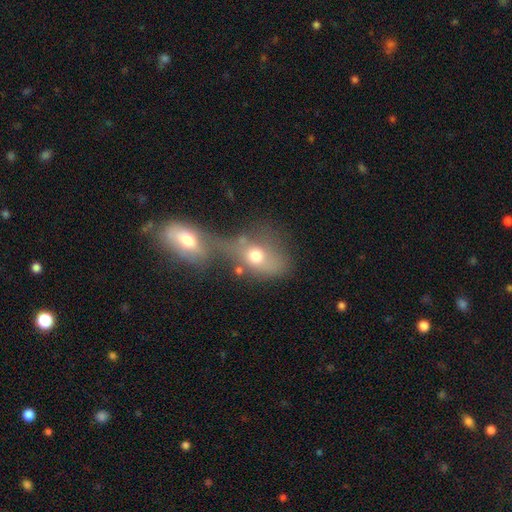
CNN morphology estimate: Q: Smooth or featured?
A: smooth (64%); runner-up: featured or disk (24%)
Q: How rounded?
A: in between (59%); runner-up: round (38%)
Q: Merging?
A: merger (63%); runner-up: none (19%)